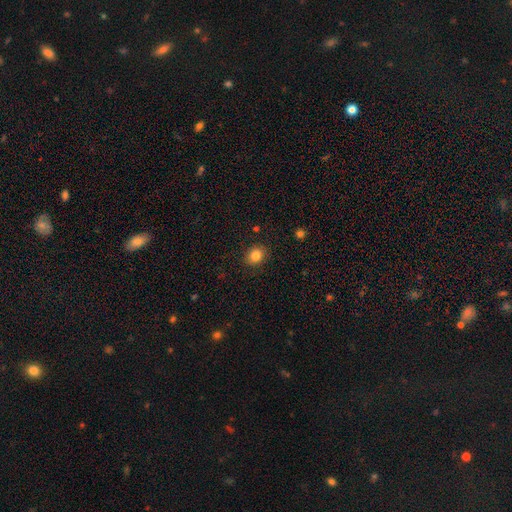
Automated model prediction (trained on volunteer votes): Q: Smooth or featured?
A: smooth (83%); runner-up: star or artifact (11%)
Q: How rounded?
A: round (65%); runner-up: in between (34%)
Q: Merging?
A: none (89%); runner-up: minor disturbance (8%)